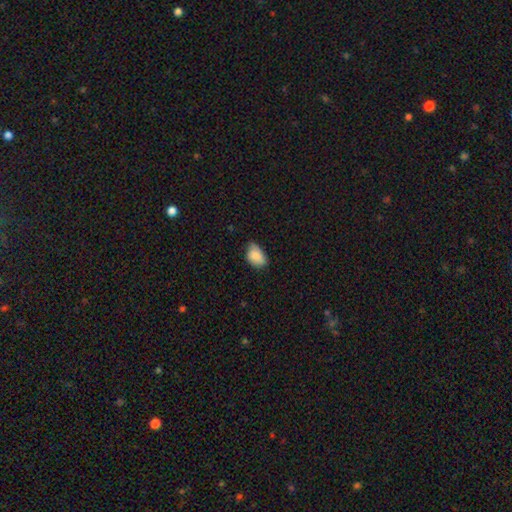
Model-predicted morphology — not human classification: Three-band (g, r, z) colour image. It shows a smooth galaxy with no disk features (85%) that is in between round and cigar-shaped (84%). Merging: none (54%).